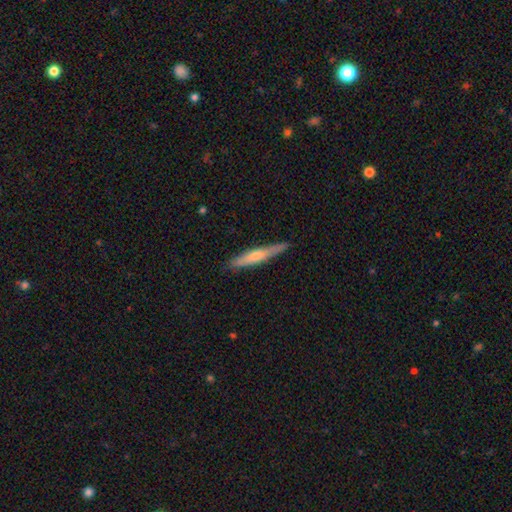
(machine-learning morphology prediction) The model was most divided on "smooth or featured": smooth: 49%, featured or disk: 46%, star or artifact: 5%. More confident: merging — none (88%).